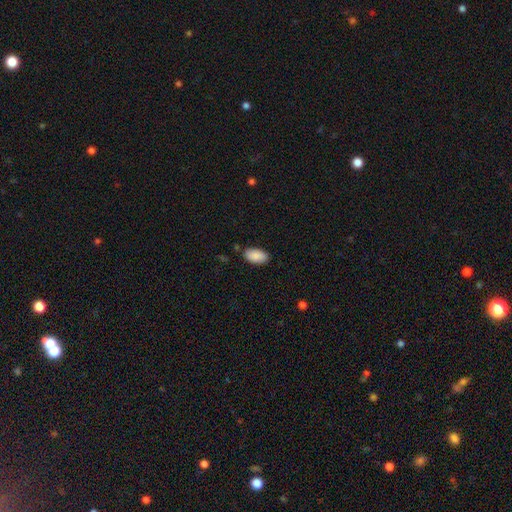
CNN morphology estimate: smooth_or_featured: smooth (p=0.90) [alt: star or artifact p=0.06]
how_rounded: in between (p=0.95) [alt: round p=0.03]
merging: none (p=0.83) [alt: minor disturbance p=0.12]